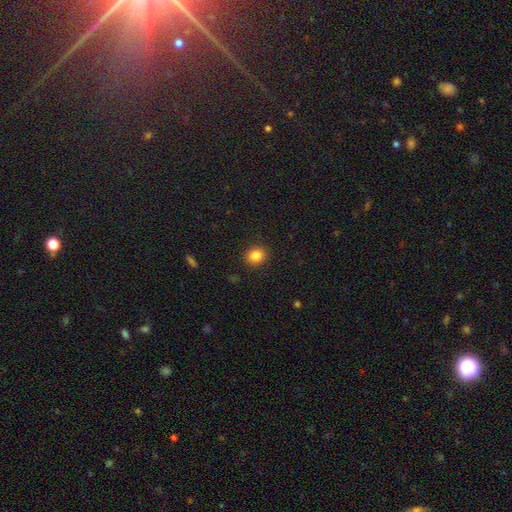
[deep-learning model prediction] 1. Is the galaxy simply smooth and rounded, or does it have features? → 84% smooth, 11% star or artifact, 5% featured or disk.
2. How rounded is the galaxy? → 71% round, 28% in between, 1% cigar-shaped.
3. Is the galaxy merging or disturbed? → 90% none, 7% minor disturbance, 2% major disturbance, 1% merger.